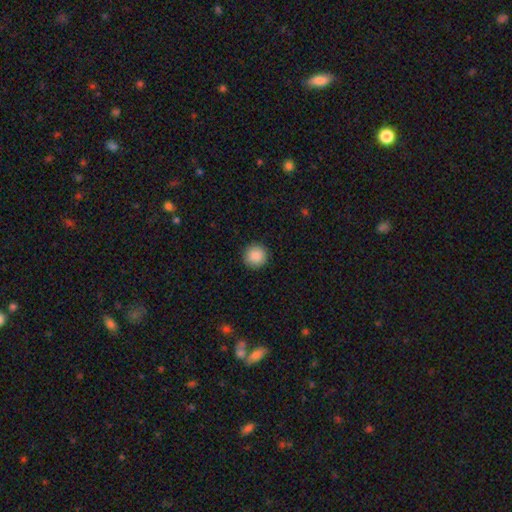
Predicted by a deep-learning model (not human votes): Morphology: type=smooth (88%); roundness=round (95%); merging=none (92%).